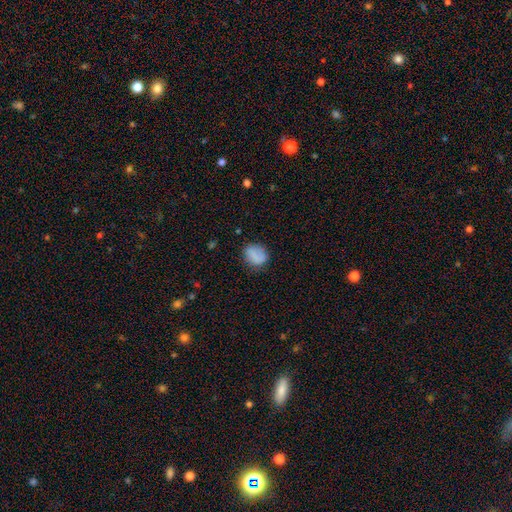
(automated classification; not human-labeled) Smooth or featured: smooth — 81% (featured or disk — 10%)
How rounded: round — 62% (in between — 37%)
Merging: none — 78% (minor disturbance — 16%)